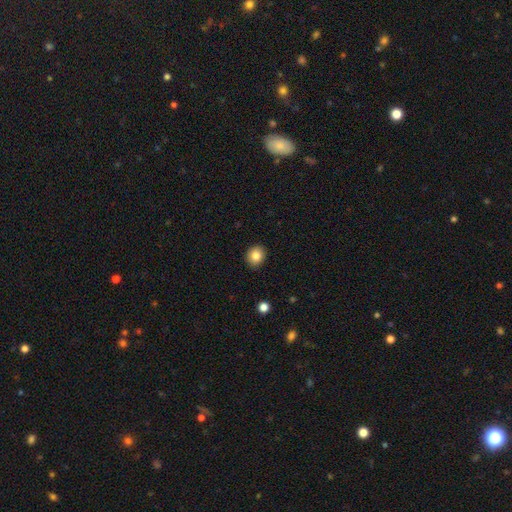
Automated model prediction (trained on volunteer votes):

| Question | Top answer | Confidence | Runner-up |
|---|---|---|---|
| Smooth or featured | smooth | 85% | star or artifact (10%) |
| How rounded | round | 74% | in between (25%) |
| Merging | none | 90% | minor disturbance (7%) |